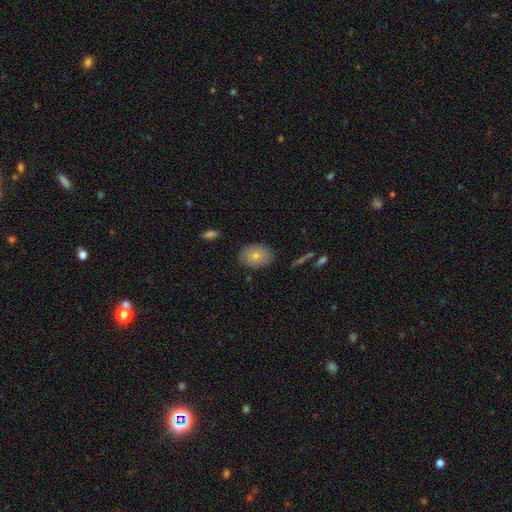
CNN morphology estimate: smooth-or-featured: smooth: 71% | featured or disk: 21% | star or artifact: 8%
  how-rounded: in between: 66% | round: 33% | cigar-shaped: 1%
  merging: none: 81% | minor disturbance: 14% | major disturbance: 3% | merger: 1%